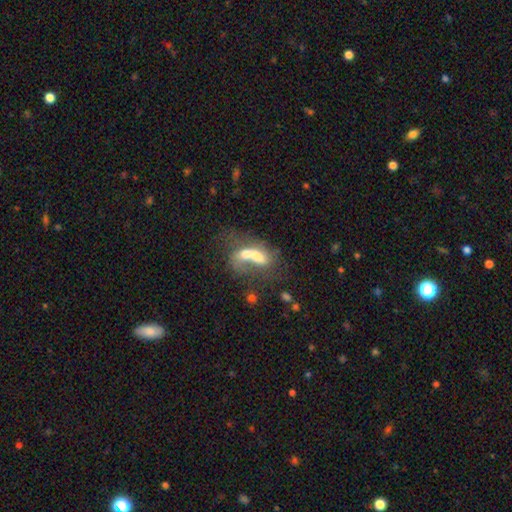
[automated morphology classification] smooth 52%, featured or disk 38%, star or artifact 10%. Down the decision tree: how rounded — in between (78%); merging — merger (71%).